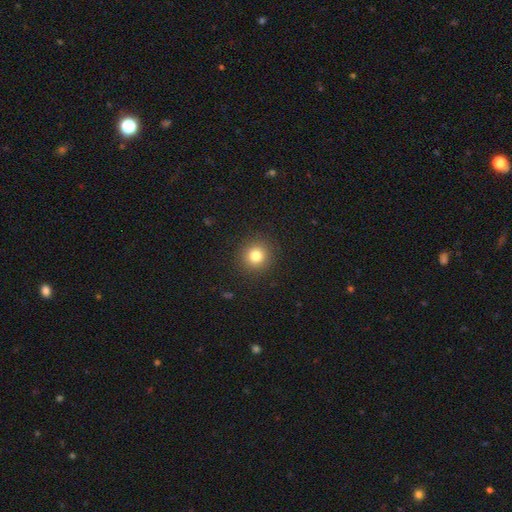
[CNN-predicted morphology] Q: Smooth or featured?
A: smooth (80%); runner-up: star or artifact (13%)
Q: How rounded?
A: round (93%); runner-up: in between (6%)
Q: Merging?
A: none (92%); runner-up: minor disturbance (5%)